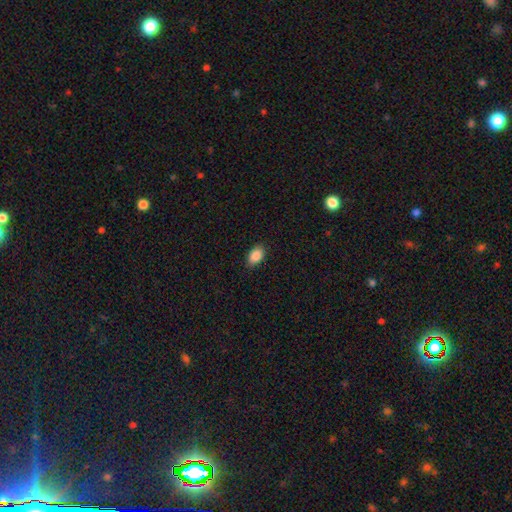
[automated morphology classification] Smooth or featured?
  - smooth: 88% *
  - star or artifact: 8%
  - featured or disk: 4%
How rounded?
  - in between: 90% *
  - round: 9%
  - cigar-shaped: 2%
Merging?
  - none: 88% *
  - minor disturbance: 9%
  - major disturbance: 2%
  - merger: 1%